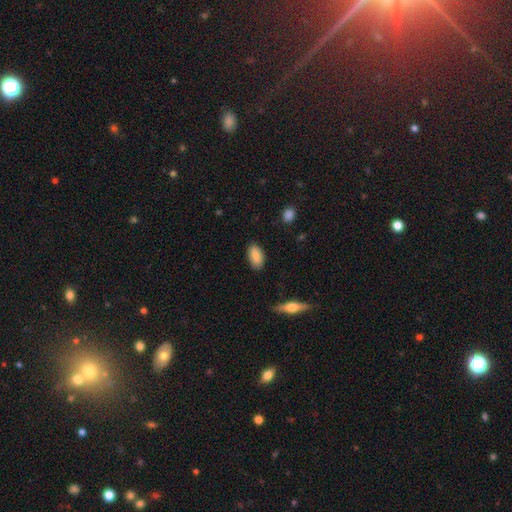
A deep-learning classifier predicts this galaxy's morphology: A smooth galaxy with no disk features (85%) that is in between round and cigar-shaped (93%). Merging: none (85%).